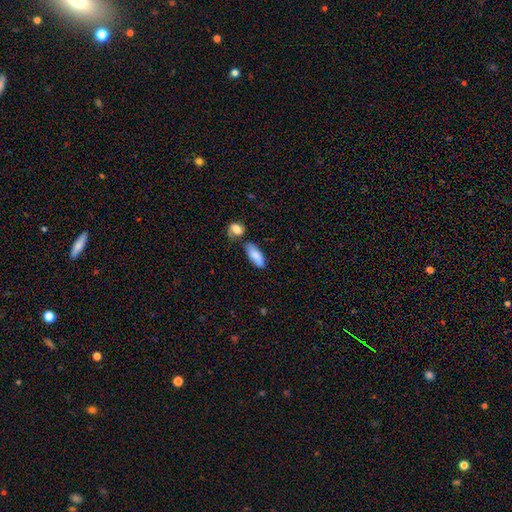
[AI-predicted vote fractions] This is clearly a smooth galaxy (83%). How rounded: clearly in between (81%). Merging: likely none (63%).